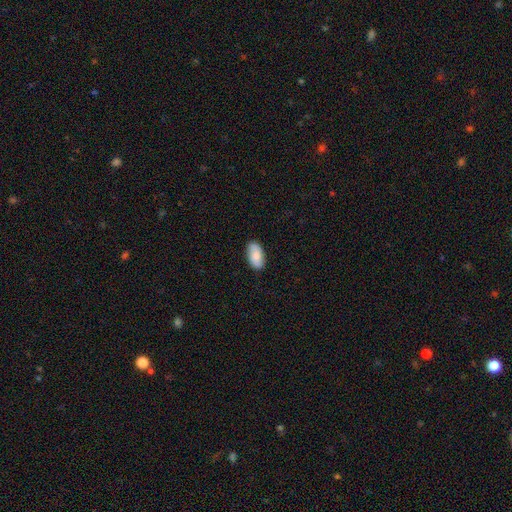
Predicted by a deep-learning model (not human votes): smooth_or_featured: smooth (p=0.80) [alt: featured or disk p=0.14]
how_rounded: in between (p=0.95) [alt: round p=0.03]
merging: none (p=0.86) [alt: minor disturbance p=0.11]